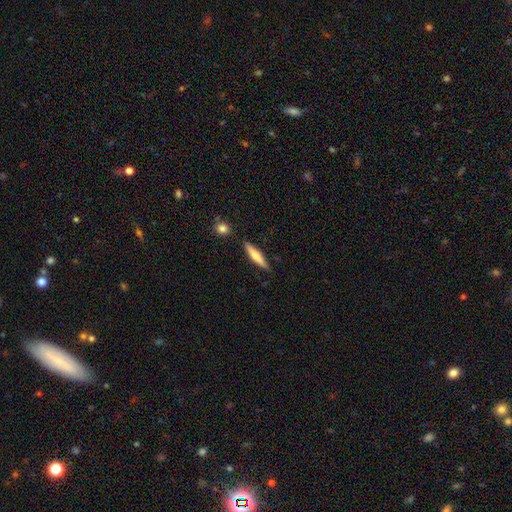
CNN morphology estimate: Smooth or featured: smooth — 61% (featured or disk — 33%)
How rounded: cigar-shaped — 87% (in between — 11%)
Merging: none — 86% (minor disturbance — 9%)